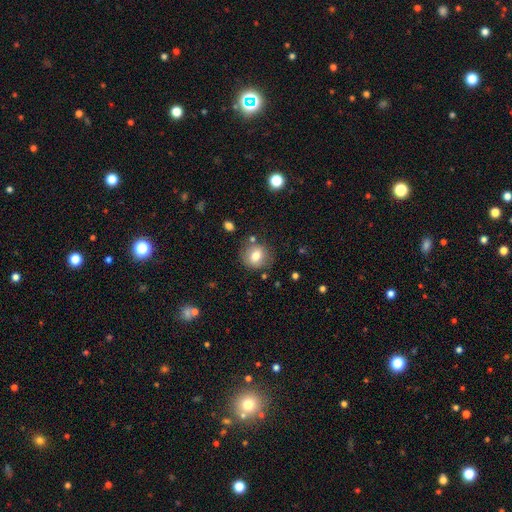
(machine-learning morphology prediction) Overall: smooth (75%). How rounded: round (83%). Merging: none (80%).